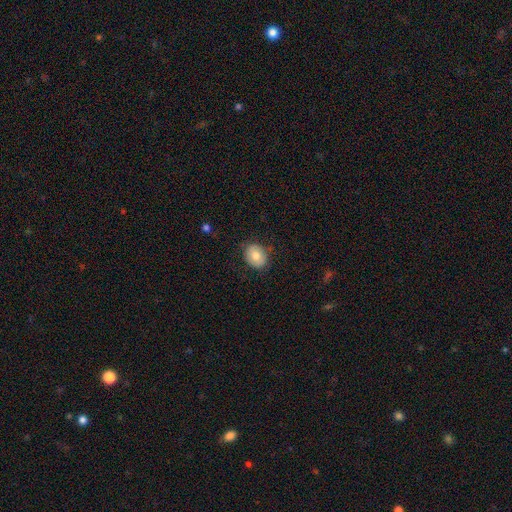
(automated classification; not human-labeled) A smooth galaxy with no disk features (77%) that is round (51%).

Vote fractions:
- Smooth or featured? smooth: 77% / featured or disk: 16% / star or artifact: 8%
- How rounded? round: 51% / in between: 48% / cigar-shaped: 1%
- Merging? none: 83% / minor disturbance: 13% / major disturbance: 3% / merger: 1%